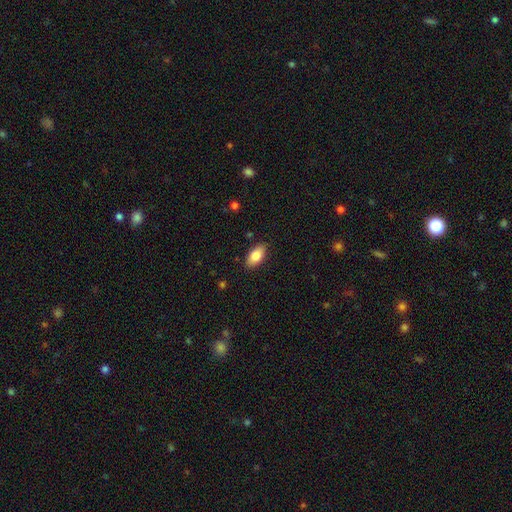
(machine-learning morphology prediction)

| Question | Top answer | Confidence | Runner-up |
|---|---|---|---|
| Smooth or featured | smooth | 84% | featured or disk (9%) |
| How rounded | in between | 92% | cigar-shaped (5%) |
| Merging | none | 87% | minor disturbance (10%) |